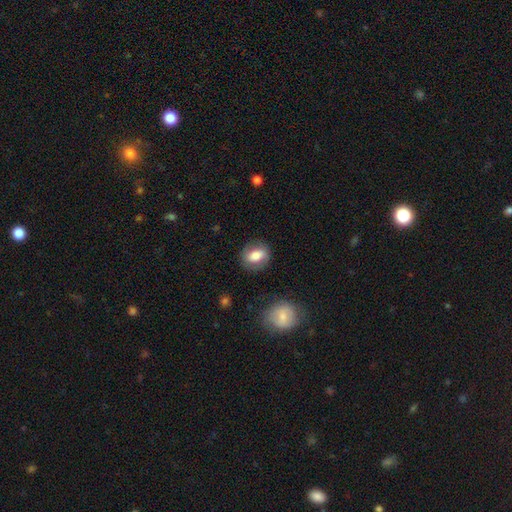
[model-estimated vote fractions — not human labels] The model was most divided on "how rounded": in between: 58%, round: 40%, cigar-shaped: 2%. More confident: merging — none (80%); smooth or featured — smooth (69%).